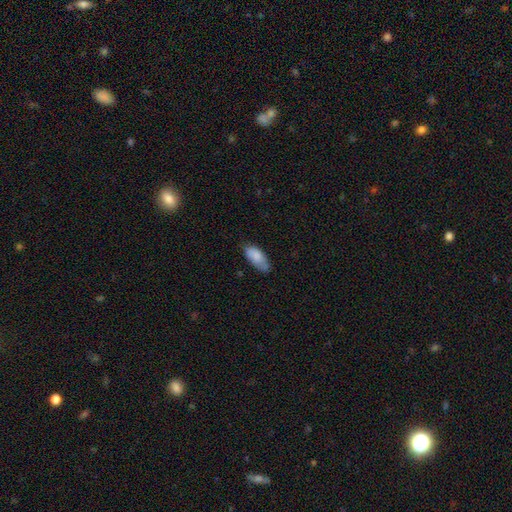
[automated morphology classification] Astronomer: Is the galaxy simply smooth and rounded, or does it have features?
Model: smooth — 85%.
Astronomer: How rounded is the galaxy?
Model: in between — 88%.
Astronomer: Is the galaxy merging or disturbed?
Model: none — 66%.